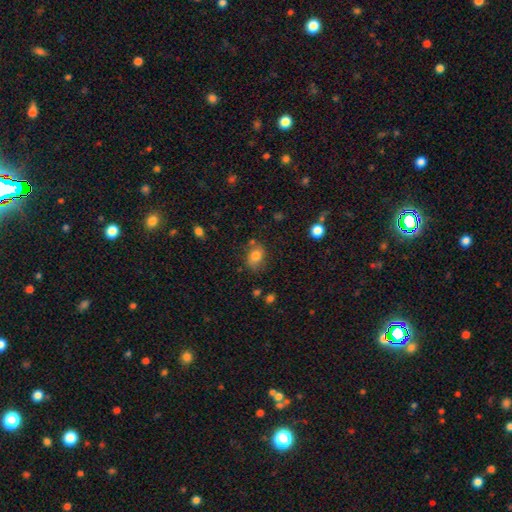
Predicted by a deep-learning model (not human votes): Smooth or featured: smooth — 79% (featured or disk — 11%)
How rounded: in between — 64% (round — 34%)
Merging: none — 68% (minor disturbance — 21%)